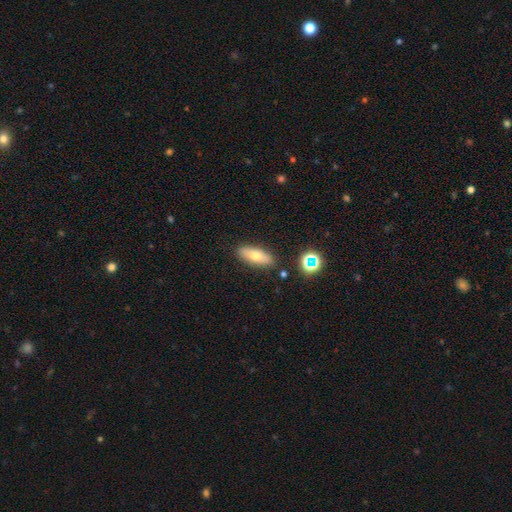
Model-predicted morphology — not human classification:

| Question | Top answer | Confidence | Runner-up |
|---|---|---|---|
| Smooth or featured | smooth | 65% | featured or disk (26%) |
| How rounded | in between | 61% | cigar-shaped (35%) |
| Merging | none | 87% | minor disturbance (9%) |